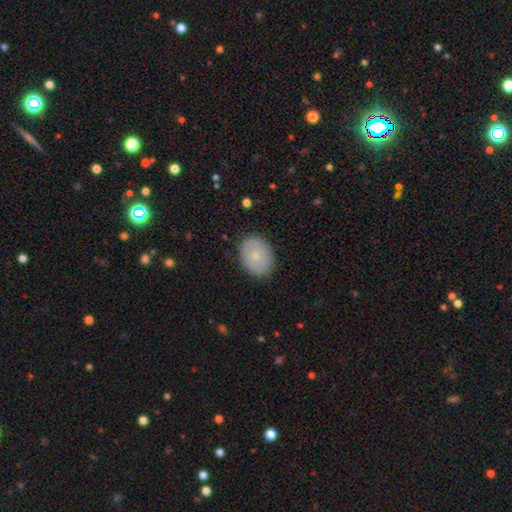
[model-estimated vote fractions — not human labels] Smooth or featured? smooth (76%)
How rounded? in between (70%)
Merging? none (86%)